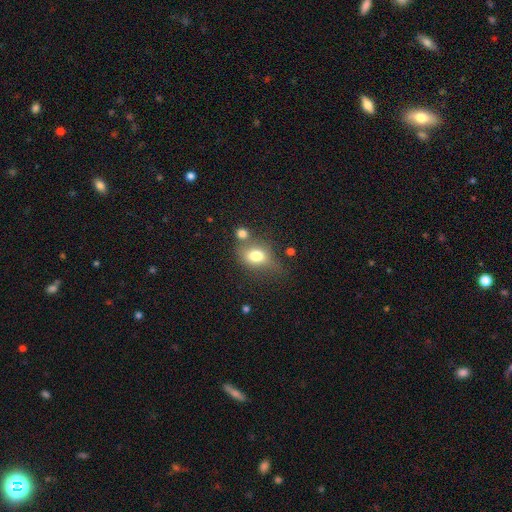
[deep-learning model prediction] Smooth or featured?
  - smooth: 73% *
  - featured or disk: 17%
  - star or artifact: 10%
How rounded?
  - in between: 70% *
  - round: 28%
  - cigar-shaped: 3%
Merging?
  - none: 41% *
  - merger: 23%
  - minor disturbance: 23%
  - major disturbance: 12%